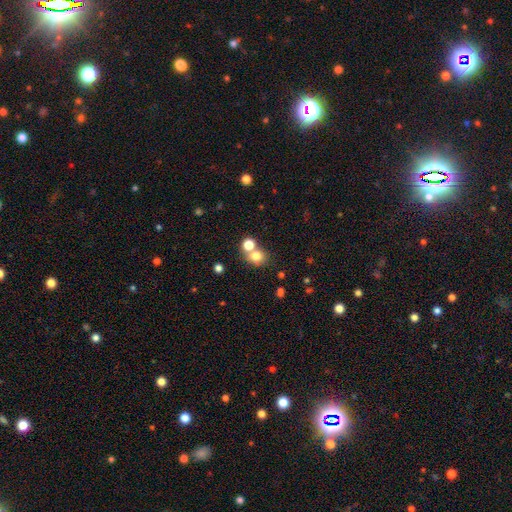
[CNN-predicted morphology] This appears to be a smooth galaxy with no disk features (76%) that is round (77%). Merging: none (51%).